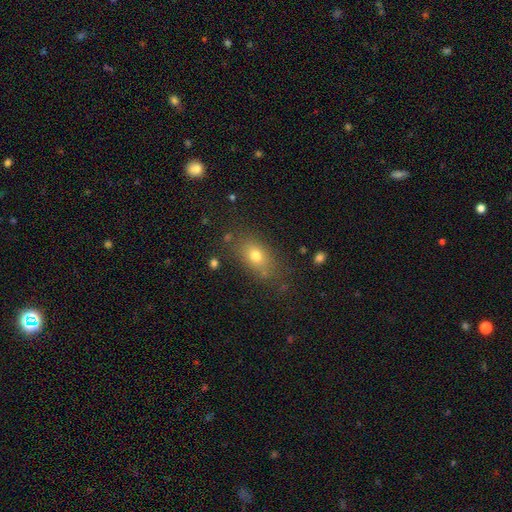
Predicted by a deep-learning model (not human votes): A smooth galaxy with no disk features (73%) that is in between round and cigar-shaped (76%).

Vote fractions:
- Smooth or featured? smooth: 73% / featured or disk: 14% / star or artifact: 13%
- How rounded? in between: 76% / round: 18% / cigar-shaped: 6%
- Merging? none: 75% / minor disturbance: 16% / major disturbance: 6% / merger: 3%